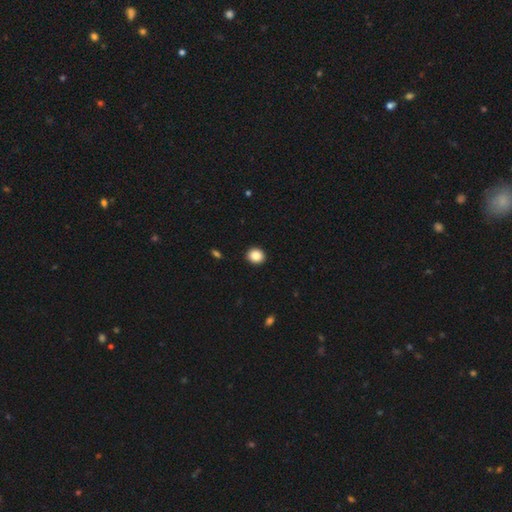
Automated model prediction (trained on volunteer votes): Smooth or featured: smooth — 87% (star or artifact — 9%)
How rounded: round — 76% (in between — 23%)
Merging: none — 92% (minor disturbance — 5%)